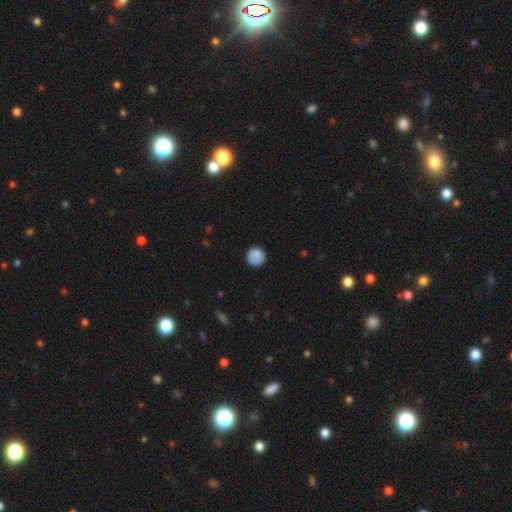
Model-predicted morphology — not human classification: Smooth or featured? Predicted: smooth (p=0.81). How rounded? Predicted: round (p=0.92). Merging? Predicted: none (p=0.80).